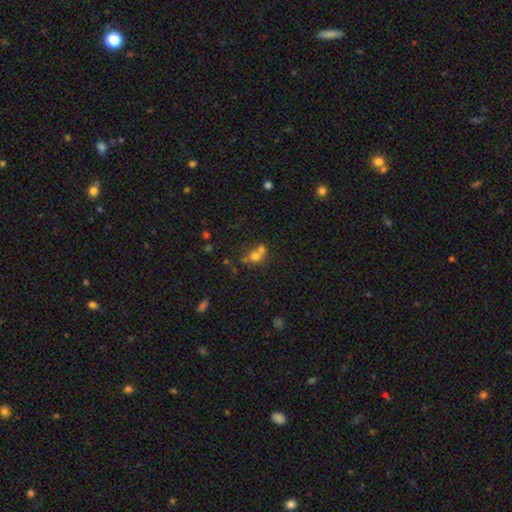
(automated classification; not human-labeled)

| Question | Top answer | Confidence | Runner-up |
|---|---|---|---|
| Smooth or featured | smooth | 62% | star or artifact (19%) |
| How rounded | round | 75% | in between (24%) |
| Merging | merger | 57% | none (32%) |